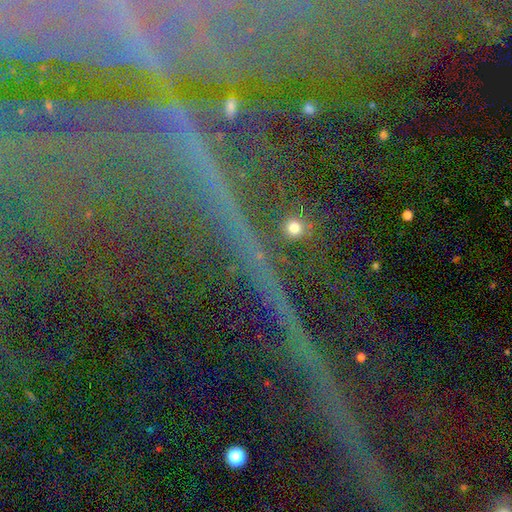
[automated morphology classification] smooth_or_featured: star or artifact (p=0.83) [alt: featured or disk p=0.10]